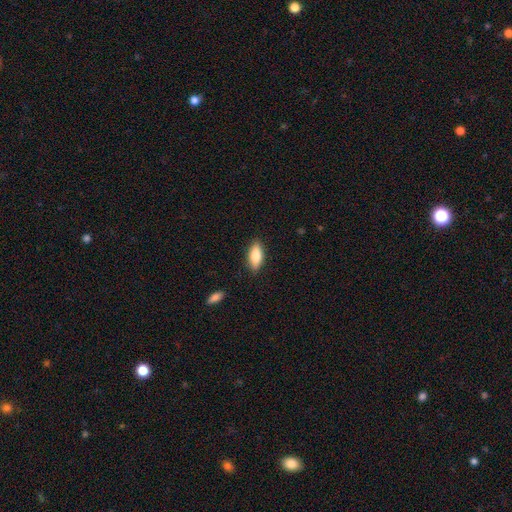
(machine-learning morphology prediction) Smooth or featured? smooth (80%)
How rounded? in between (83%)
Merging? none (87%)